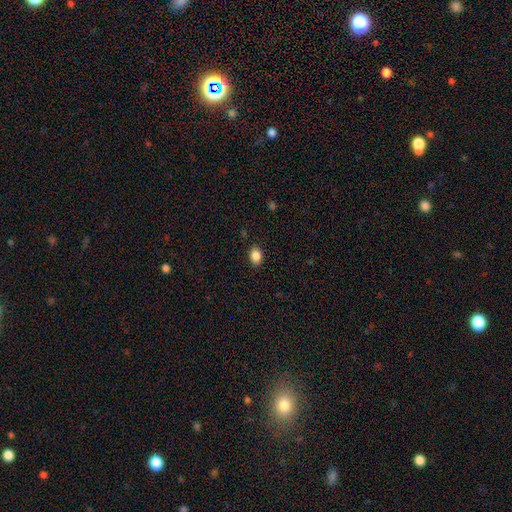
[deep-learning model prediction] The model was most divided on "how rounded": in between: 75%, round: 24%, cigar-shaped: 1%. More confident: merging — none (88%); smooth or featured — smooth (87%).